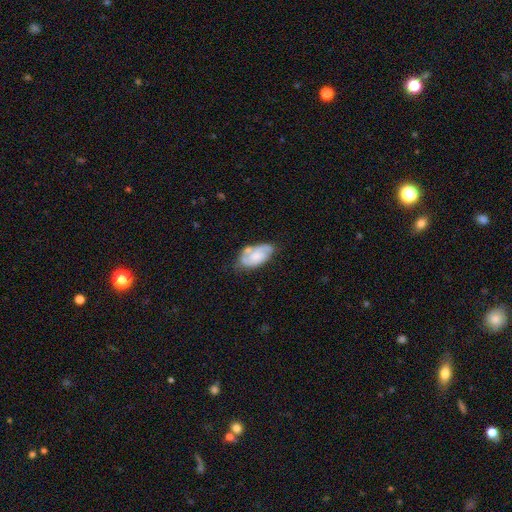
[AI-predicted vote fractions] Smooth or featured? Predicted: featured or disk (p=0.52). Edge-on disk? Predicted: no (p=0.95). Merging? Predicted: none (p=0.53).